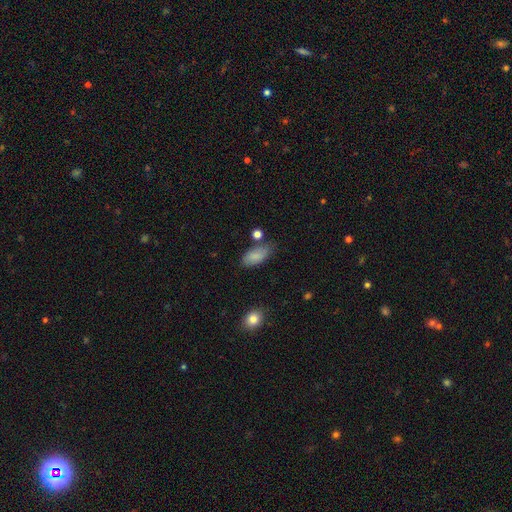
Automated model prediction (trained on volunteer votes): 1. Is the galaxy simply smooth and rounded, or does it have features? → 85% smooth, 8% star or artifact, 7% featured or disk.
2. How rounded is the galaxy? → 91% in between, 6% cigar-shaped, 3% round.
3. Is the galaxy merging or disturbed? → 65% none, 23% minor disturbance, 6% merger, 6% major disturbance.